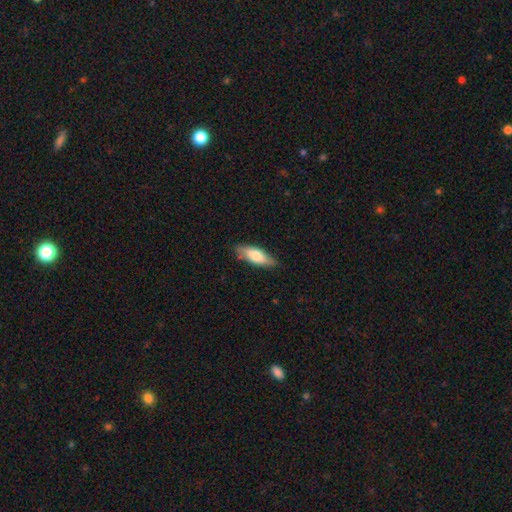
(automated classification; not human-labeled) Q: Smooth or featured?
A: smooth (70%); runner-up: featured or disk (24%)
Q: How rounded?
A: in between (60%); runner-up: cigar-shaped (38%)
Q: Merging?
A: none (82%); runner-up: minor disturbance (15%)